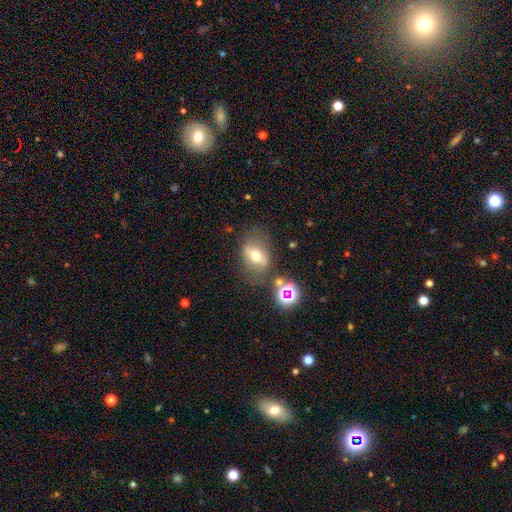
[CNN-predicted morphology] smooth_or_featured: smooth (p=0.48) [alt: featured or disk p=0.39]
merging: none (p=0.67) [alt: minor disturbance p=0.17]